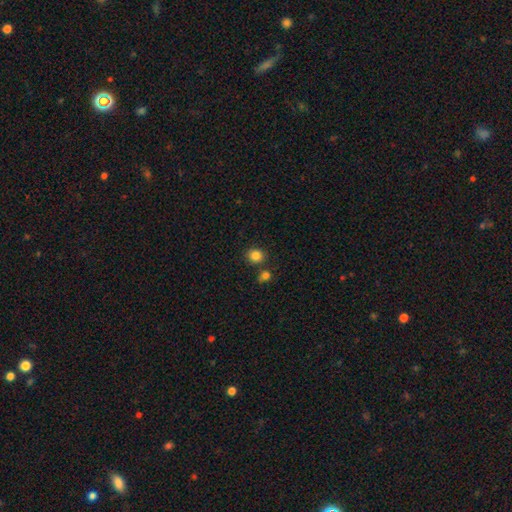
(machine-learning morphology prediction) Q: Smooth or featured?
A: smooth (84%); runner-up: star or artifact (11%)
Q: How rounded?
A: round (80%); runner-up: in between (19%)
Q: Merging?
A: none (78%); runner-up: merger (11%)